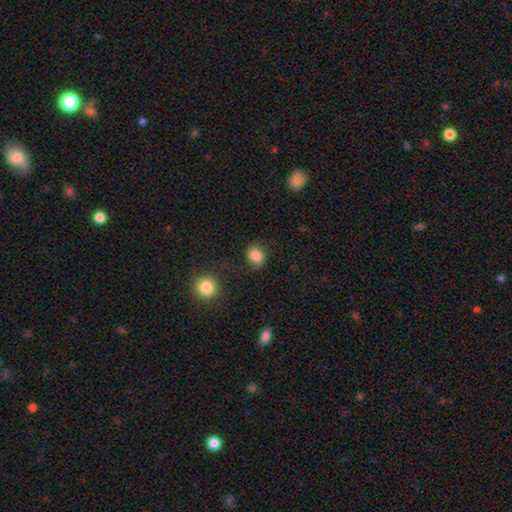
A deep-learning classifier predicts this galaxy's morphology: Smooth or featured?
  - smooth: 83% *
  - star or artifact: 9%
  - featured or disk: 8%
How rounded?
  - round: 76% *
  - in between: 24%
  - cigar-shaped: 1%
Merging?
  - none: 72% *
  - minor disturbance: 17%
  - major disturbance: 7%
  - merger: 4%